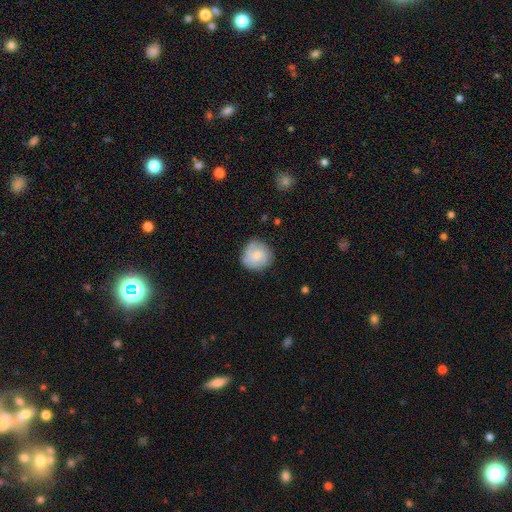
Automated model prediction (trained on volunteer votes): Smooth or featured? smooth (50%)
How rounded? round (87%)
Merging? none (78%)